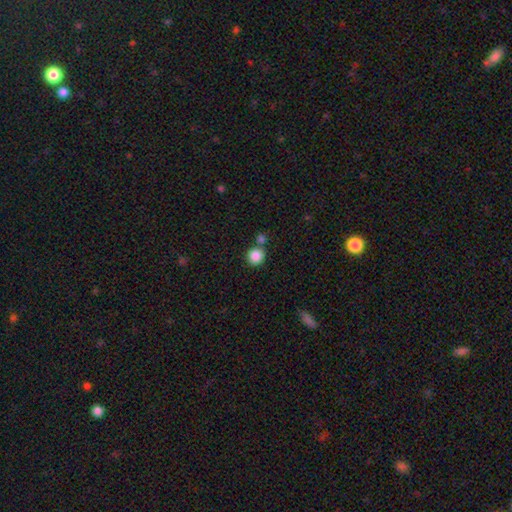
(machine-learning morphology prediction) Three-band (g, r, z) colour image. It shows a smooth galaxy with no disk features (86%) that is round (91%). Merging: none (69%).